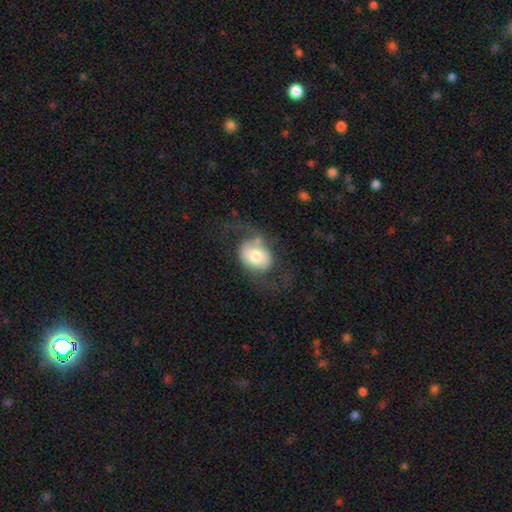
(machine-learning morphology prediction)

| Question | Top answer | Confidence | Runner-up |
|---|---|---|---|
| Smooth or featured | smooth | 53% | featured or disk (40%) |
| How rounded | in between | 64% | round (35%) |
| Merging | none | 49% | major disturbance (26%) |